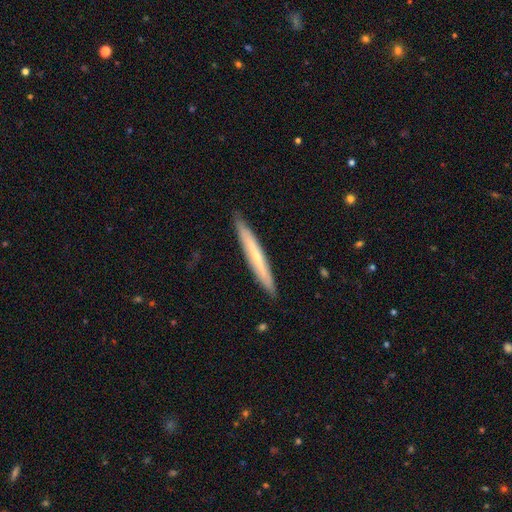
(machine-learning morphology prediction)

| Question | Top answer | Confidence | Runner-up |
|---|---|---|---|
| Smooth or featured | featured or disk | 53% | smooth (41%) |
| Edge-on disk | yes | 92% | no (8%) |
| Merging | none | 89% | minor disturbance (9%) |